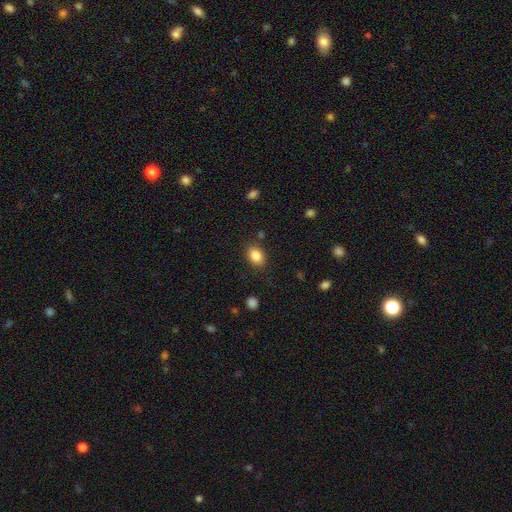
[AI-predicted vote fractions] Overall: smooth (85%). How rounded: in between (74%). Merging: none (81%).